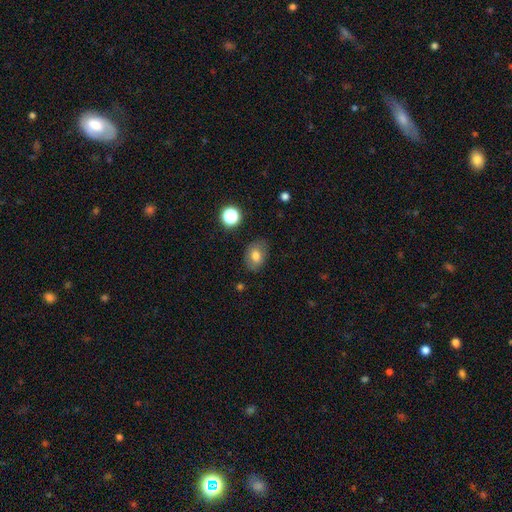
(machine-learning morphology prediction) smooth_or_featured: smooth (p=0.75) [alt: featured or disk p=0.14]
how_rounded: in between (p=0.73) [alt: round p=0.25]
merging: none (p=0.79) [alt: minor disturbance p=0.15]